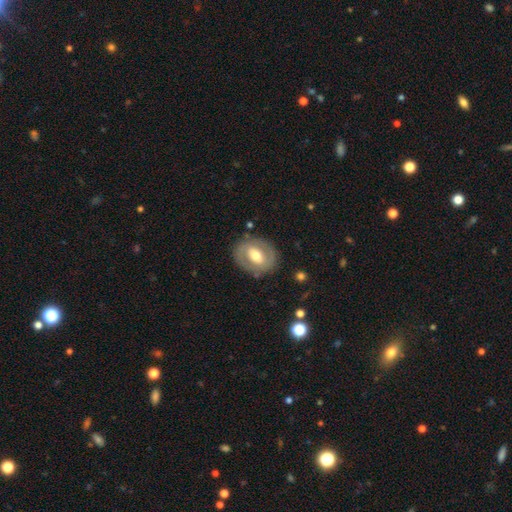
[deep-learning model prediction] The model was most divided on "bar": weak: 41%, no: 34%, strong: 25%. More confident: edge-on disk — no (95%); merging — none (81%); bulge size — moderate (68%); spiral arms — no (59%); smooth or featured — featured or disk (55%).